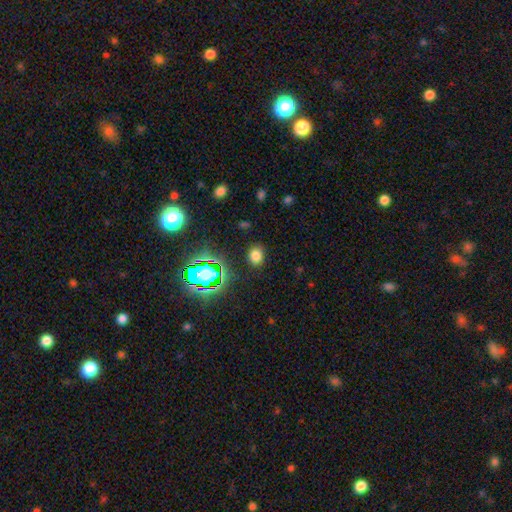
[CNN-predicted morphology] A smooth galaxy with no disk features (72%) that is round (50%). Merging: none (86%).